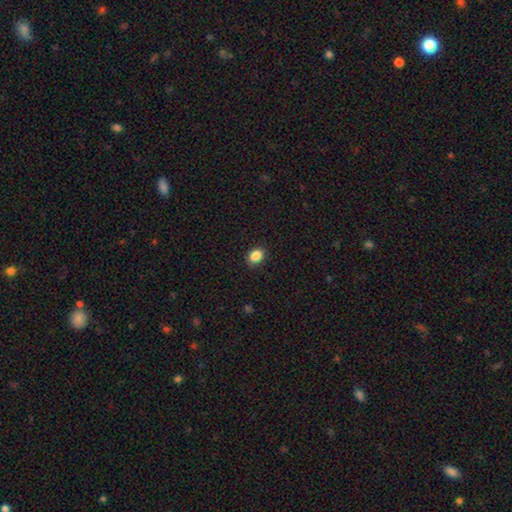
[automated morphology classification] This appears to be a smooth galaxy with no disk features (87%) that is in between round and cigar-shaped (64%). Merging: none (86%).